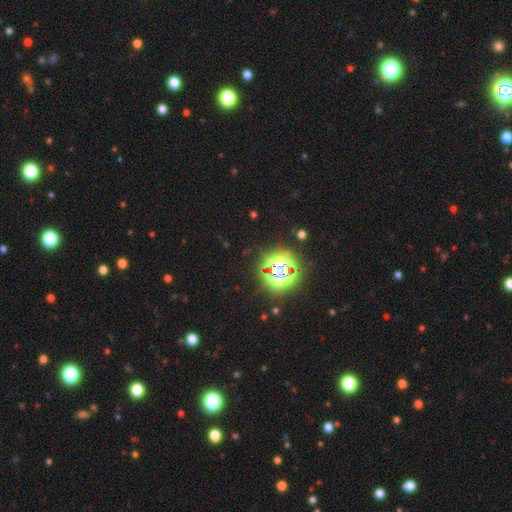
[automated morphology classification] This is clearly a star or artifact rather than a galaxy (84%).